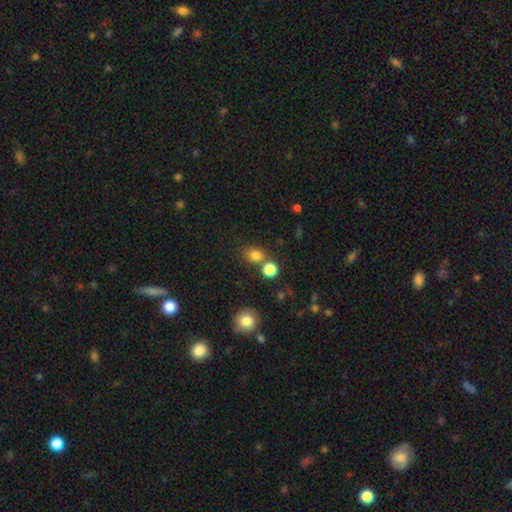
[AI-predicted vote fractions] Q: Smooth or featured?
A: smooth (80%); runner-up: star or artifact (15%)
Q: How rounded?
A: round (60%); runner-up: in between (38%)
Q: Merging?
A: none (65%); runner-up: merger (19%)